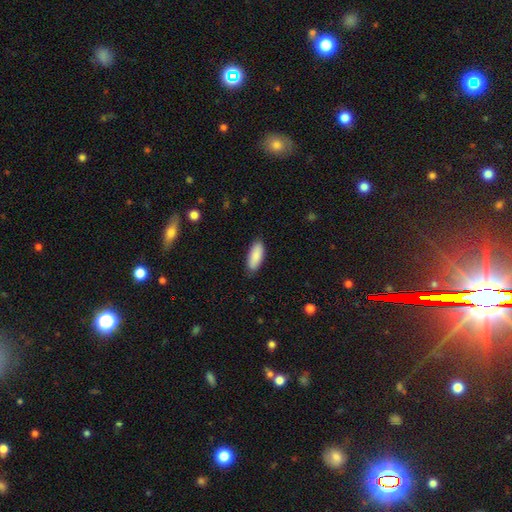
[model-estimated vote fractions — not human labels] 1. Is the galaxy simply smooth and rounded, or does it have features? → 90% smooth, 6% star or artifact, 5% featured or disk.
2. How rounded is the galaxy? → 78% in between, 20% cigar-shaped, 2% round.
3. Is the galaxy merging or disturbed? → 86% none, 11% minor disturbance, 2% major disturbance, 1% merger.